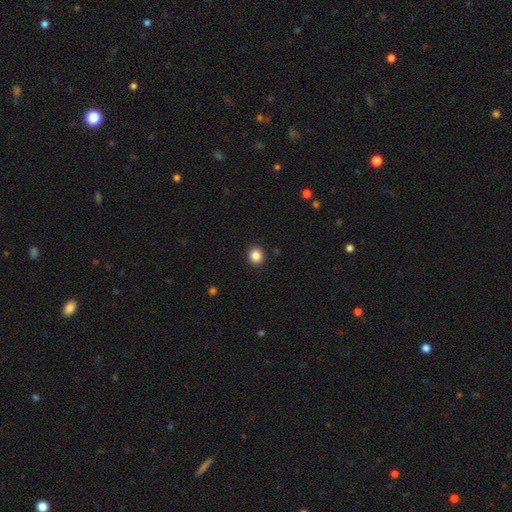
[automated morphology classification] Q: Smooth or featured?
A: smooth (87%); runner-up: star or artifact (10%)
Q: How rounded?
A: round (83%); runner-up: in between (17%)
Q: Merging?
A: none (92%); runner-up: minor disturbance (5%)